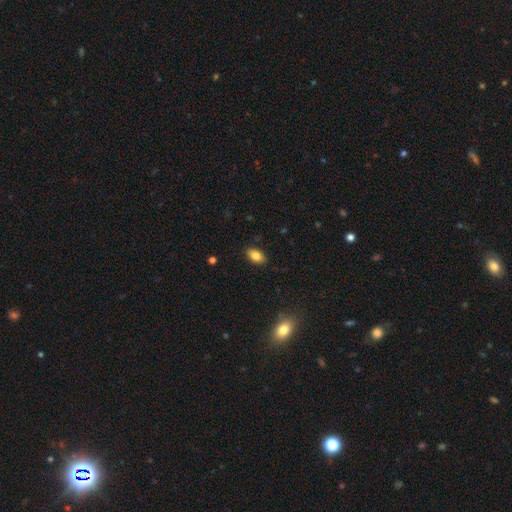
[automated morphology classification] Smooth or featured: smooth — 83% (star or artifact — 9%)
How rounded: in between — 90% (round — 8%)
Merging: none — 87% (minor disturbance — 9%)